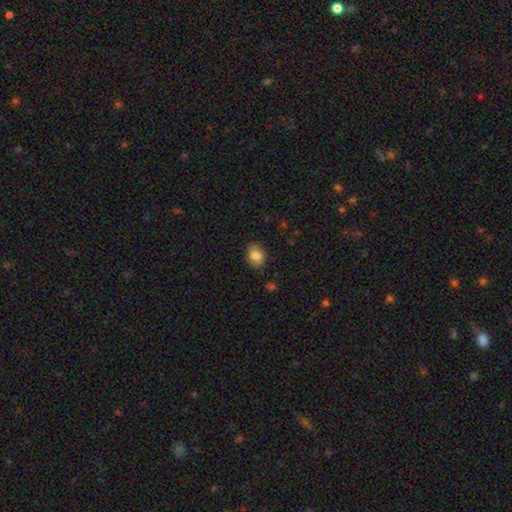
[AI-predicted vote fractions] Overall: smooth (84%). How rounded: in between (71%). Merging: none (84%).